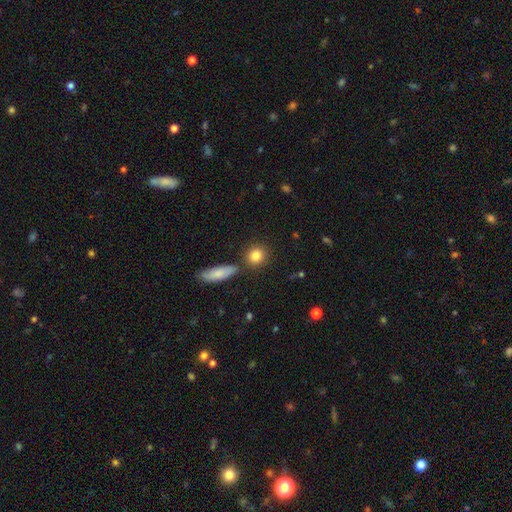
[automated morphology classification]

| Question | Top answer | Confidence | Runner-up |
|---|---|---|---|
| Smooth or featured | smooth | 84% | star or artifact (9%) |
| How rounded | round | 81% | in between (16%) |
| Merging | none | 80% | minor disturbance (9%) |